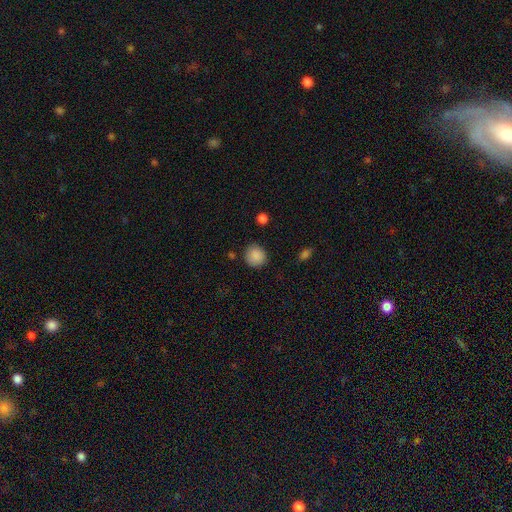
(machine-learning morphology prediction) Smooth or featured? Predicted: smooth (p=0.88). How rounded? Predicted: round (p=0.89). Merging? Predicted: none (p=0.86).